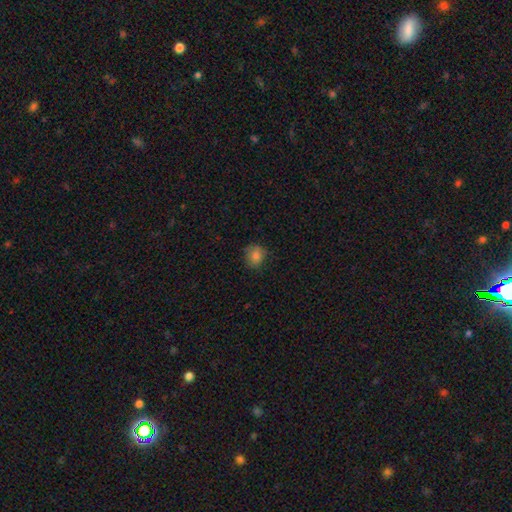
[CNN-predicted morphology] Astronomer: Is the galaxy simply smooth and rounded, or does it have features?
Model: smooth — 81%.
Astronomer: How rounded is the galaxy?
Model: round — 79%.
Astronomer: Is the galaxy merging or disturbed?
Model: none — 77%.